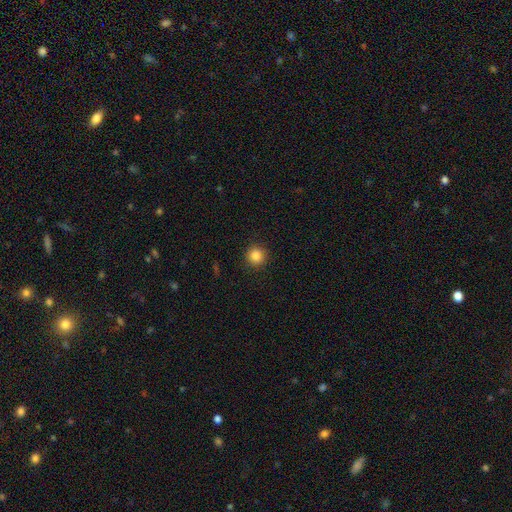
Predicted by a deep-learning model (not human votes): Smooth or featured? smooth (85%)
How rounded? round (95%)
Merging? none (92%)